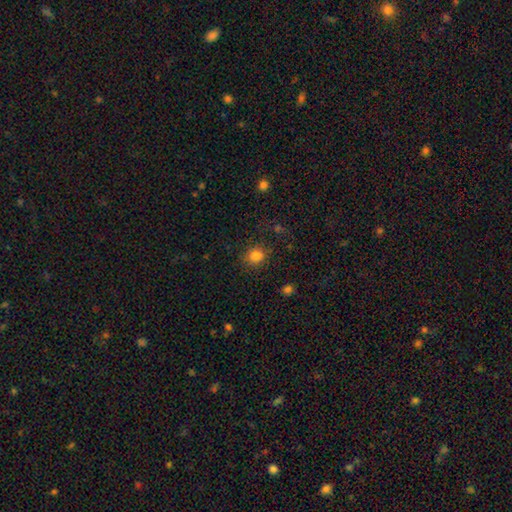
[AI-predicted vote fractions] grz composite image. It shows a smooth galaxy with no disk features (82%) that is round (75%). Merging: none (80%).